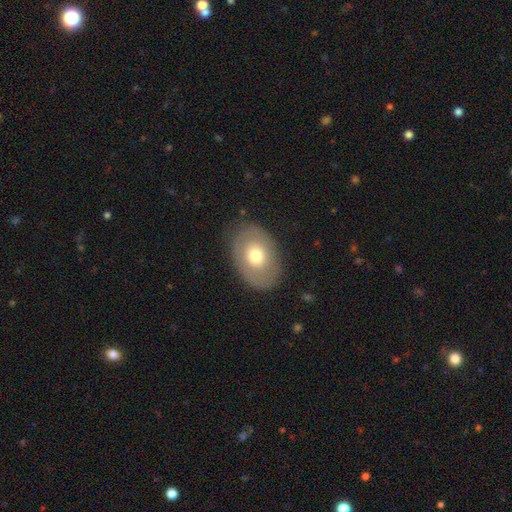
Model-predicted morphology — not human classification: Overall: smooth (58%; featured or disk 35%). How rounded: in between (78%). Merging: none (82%).